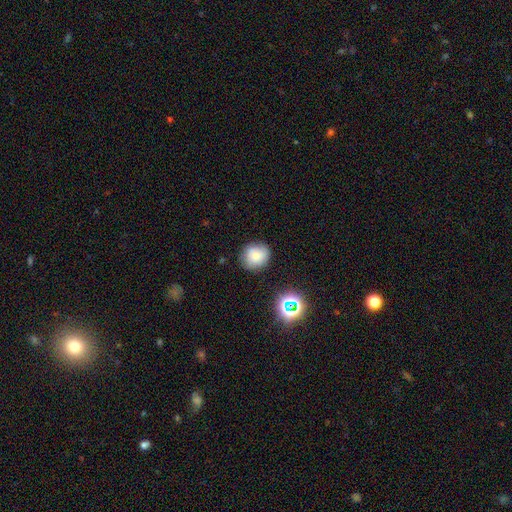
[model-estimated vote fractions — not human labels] Morphology: type=smooth (73%); roundness=round (79%); merging=none (79%).